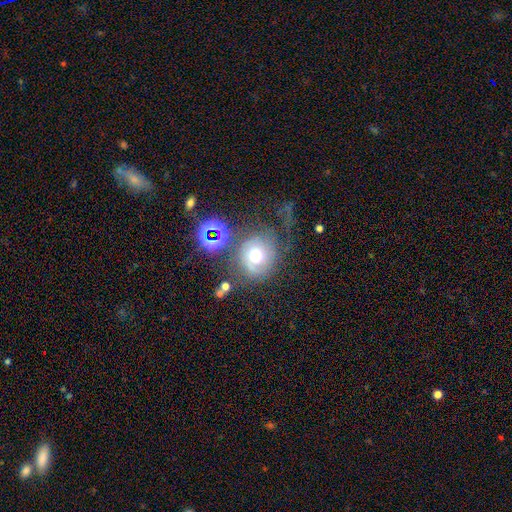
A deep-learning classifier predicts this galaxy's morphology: Smooth or featured? smooth (45%)
Merging? none (45%)